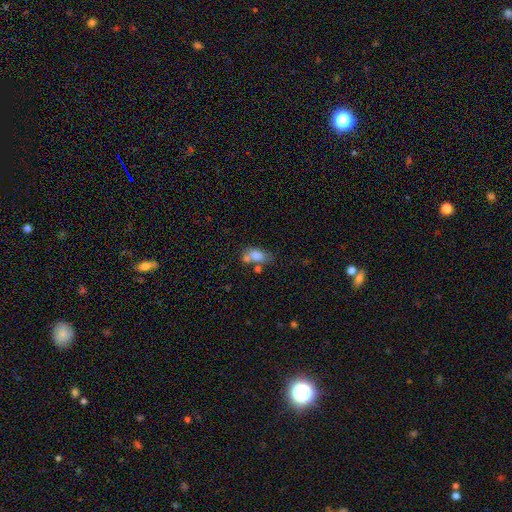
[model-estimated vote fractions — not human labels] Smooth or featured: smooth — 77% (featured or disk — 13%)
How rounded: in between — 85% (round — 12%)
Merging: merger — 40% (none — 36%)